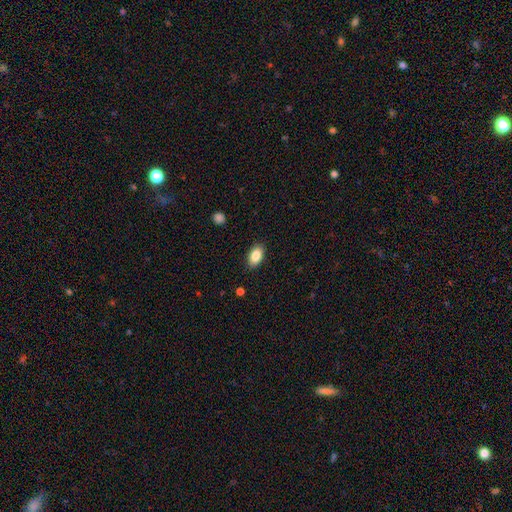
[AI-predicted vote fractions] This appears to be a smooth galaxy with no disk features (86%) that is in between round and cigar-shaped (92%). Merging: none (88%).